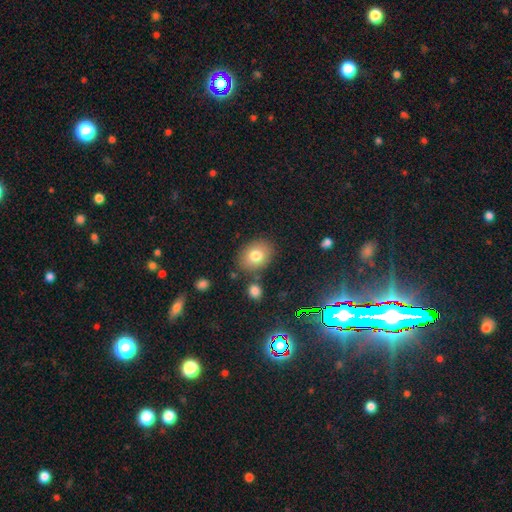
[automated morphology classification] smooth-or-featured: smooth: 78% | featured or disk: 12% | star or artifact: 10%
  how-rounded: in between: 63% | round: 36% | cigar-shaped: 1%
  merging: none: 81% | minor disturbance: 11% | merger: 5% | major disturbance: 3%